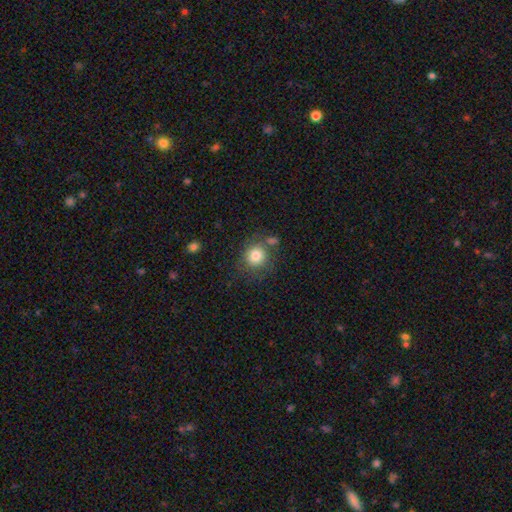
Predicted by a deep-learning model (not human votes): This is clearly a smooth galaxy (81%). How rounded: clearly round (85%). Merging: likely none (65%).